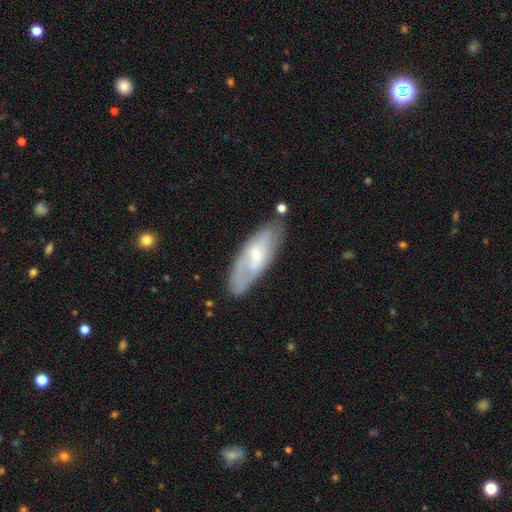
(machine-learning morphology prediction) featured or disk 50%, smooth 44%, star or artifact 6%. Down the decision tree: merging — none (68%).